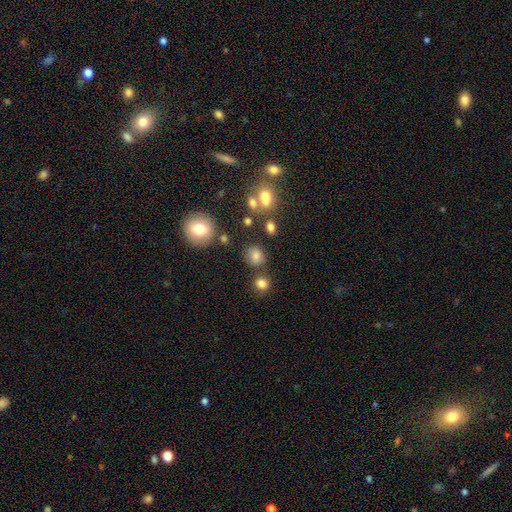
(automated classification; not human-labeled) Smooth or featured? smooth (79%)
How rounded? round (77%)
Merging? none (78%)